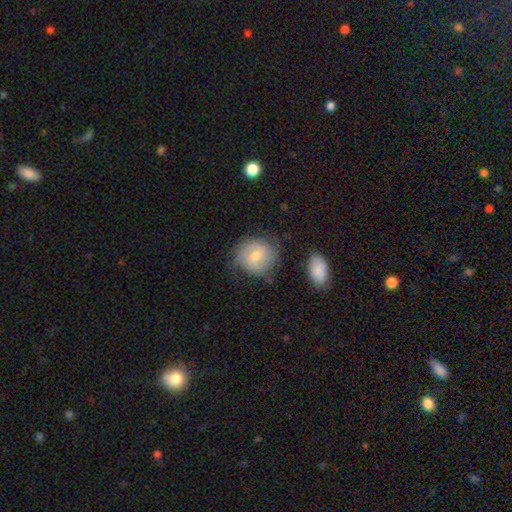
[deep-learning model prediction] A smooth galaxy with no disk features (52%) that is round (80%). Merging: none (67%).